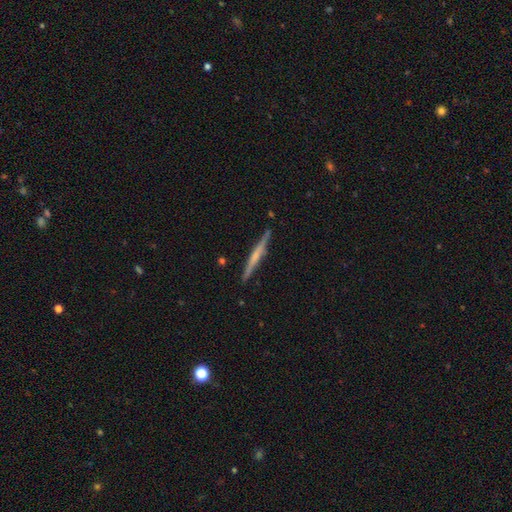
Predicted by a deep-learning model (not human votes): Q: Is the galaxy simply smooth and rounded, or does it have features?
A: featured or disk — 60%.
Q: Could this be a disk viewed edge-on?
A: yes — 98%.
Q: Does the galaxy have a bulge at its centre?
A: none — 48%.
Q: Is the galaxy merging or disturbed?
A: none — 89%.